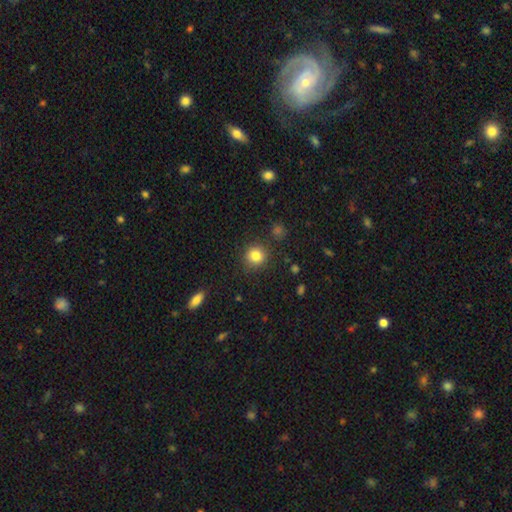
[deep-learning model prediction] smooth_or_featured: smooth (p=0.83) [alt: star or artifact p=0.11]
how_rounded: round (p=0.87) [alt: in between p=0.12]
merging: none (p=0.87) [alt: minor disturbance p=0.08]